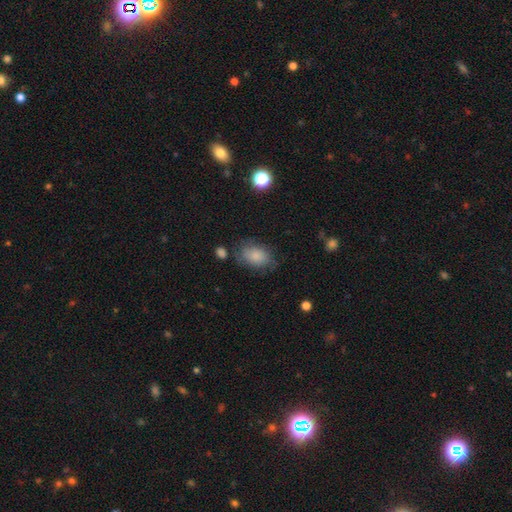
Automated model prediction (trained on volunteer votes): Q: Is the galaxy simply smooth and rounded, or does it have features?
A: smooth — 82%.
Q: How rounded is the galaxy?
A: in between — 82%.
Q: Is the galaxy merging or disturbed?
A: none — 65%.